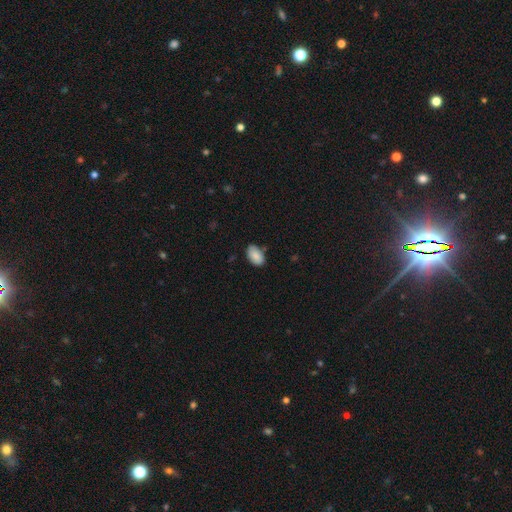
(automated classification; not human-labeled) A smooth galaxy with no disk features (87%) that is in between round and cigar-shaped (92%).

Vote fractions:
- Smooth or featured? smooth: 87% / star or artifact: 7% / featured or disk: 7%
- How rounded? in between: 92% / round: 6% / cigar-shaped: 1%
- Merging? none: 78% / minor disturbance: 17% / major disturbance: 3% / merger: 2%